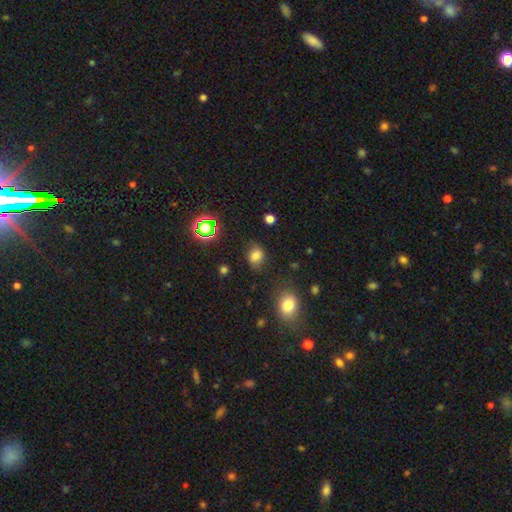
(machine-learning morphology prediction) A smooth galaxy with no disk features (74%) that is round (52%).

Vote fractions:
- Smooth or featured? smooth: 74% / star or artifact: 17% / featured or disk: 9%
- How rounded? round: 52% / in between: 47% / cigar-shaped: 1%
- Merging? none: 73% / minor disturbance: 19% / major disturbance: 6% / merger: 2%